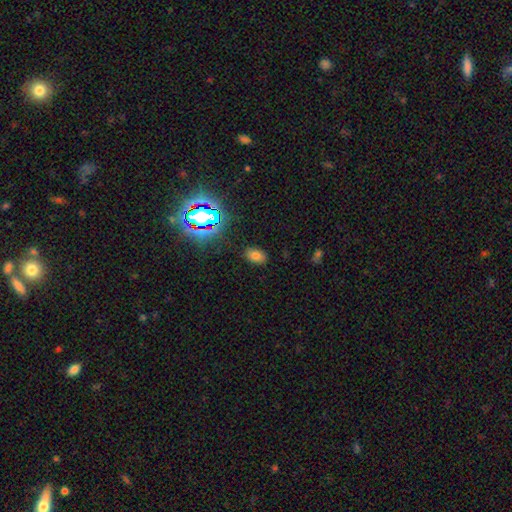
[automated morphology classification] Smooth or featured?
  - smooth: 69% *
  - star or artifact: 22%
  - featured or disk: 8%
How rounded?
  - in between: 85% *
  - round: 14%
  - cigar-shaped: 1%
Merging?
  - none: 85% *
  - minor disturbance: 10%
  - major disturbance: 3%
  - merger: 2%